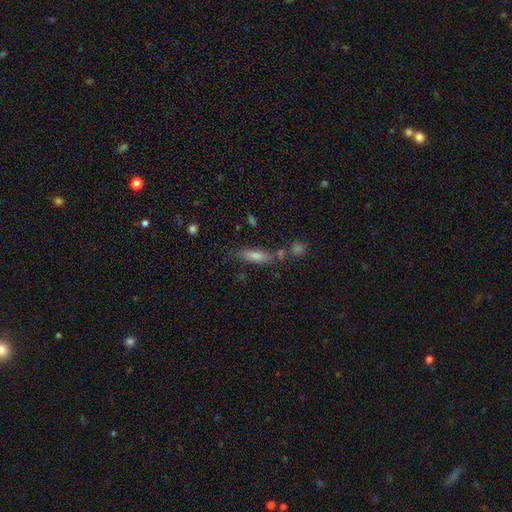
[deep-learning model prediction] Smooth or featured: smooth — 62% (featured or disk — 26%)
How rounded: cigar-shaped — 63% (in between — 34%)
Merging: none — 69% (minor disturbance — 15%)